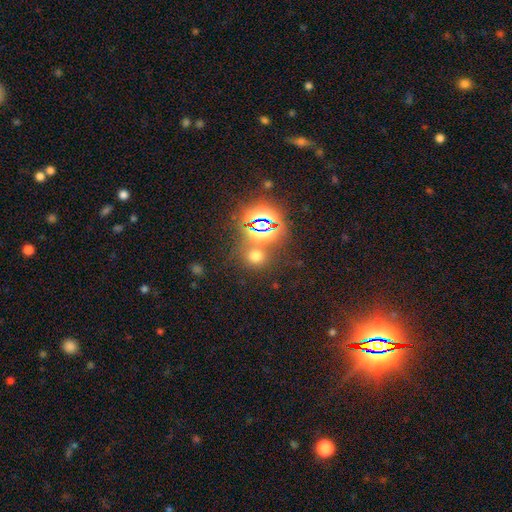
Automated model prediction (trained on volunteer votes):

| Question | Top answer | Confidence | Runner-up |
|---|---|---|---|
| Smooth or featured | smooth | 53% | star or artifact (40%) |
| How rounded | round | 82% | in between (17%) |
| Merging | none | 73% | merger (15%) |